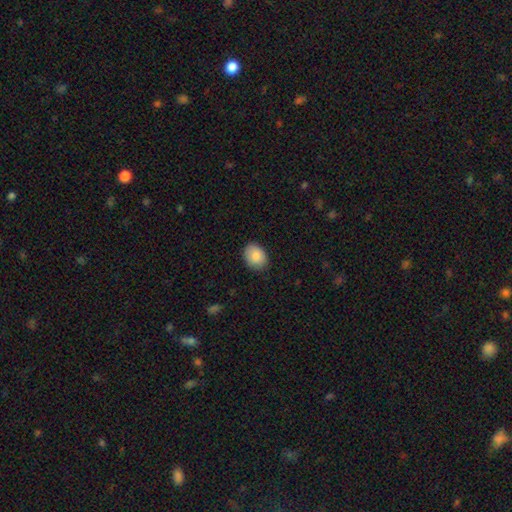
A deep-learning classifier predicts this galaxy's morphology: A smooth galaxy with no disk features (88%) that is in between round and cigar-shaped (63%). Merging: none (85%).